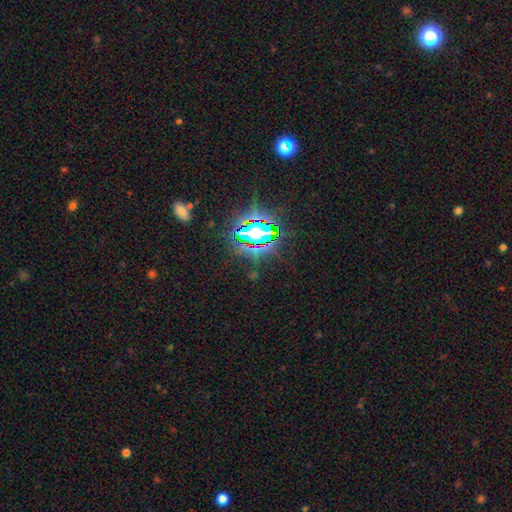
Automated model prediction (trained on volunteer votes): star or artifact 74%, smooth 15%, featured or disk 11%.